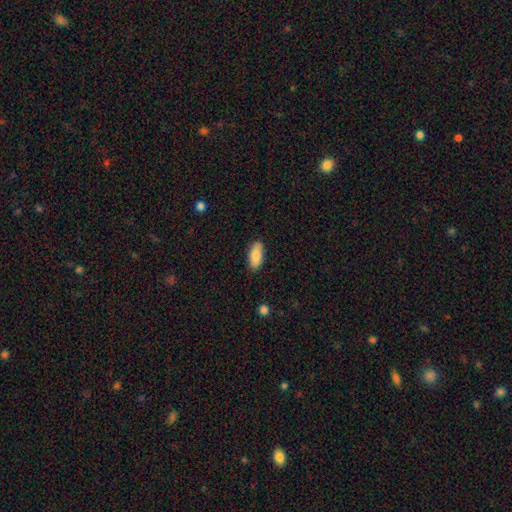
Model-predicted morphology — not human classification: type=smooth (87%); roundness=in between (87%); merging=none (86%).